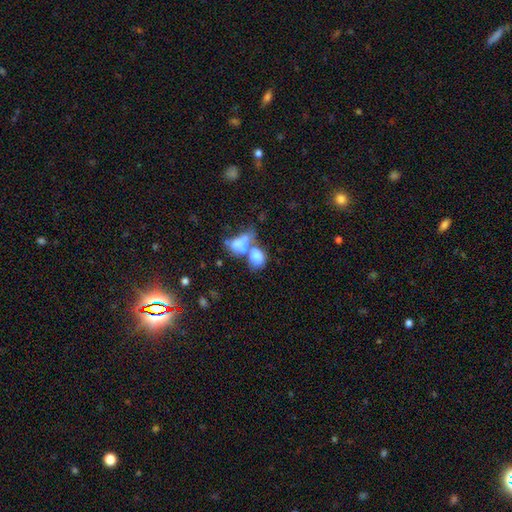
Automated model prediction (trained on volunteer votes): Morphology: type=smooth (65%); roundness=in between (72%); merging=merger (64%).